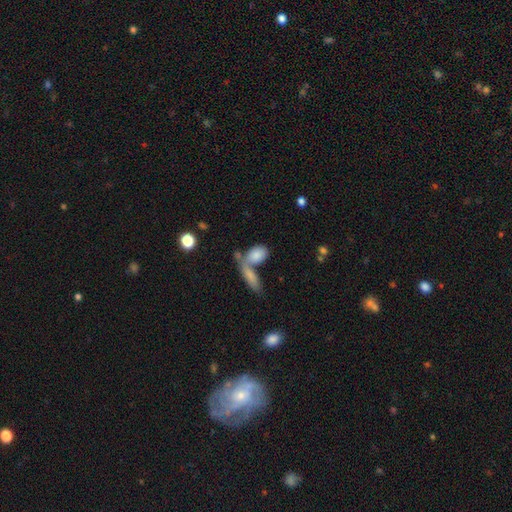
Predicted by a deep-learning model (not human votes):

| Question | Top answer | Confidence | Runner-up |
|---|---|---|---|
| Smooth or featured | smooth | 81% | featured or disk (12%) |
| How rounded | in between | 81% | round (11%) |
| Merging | merger | 49% | none (36%) |